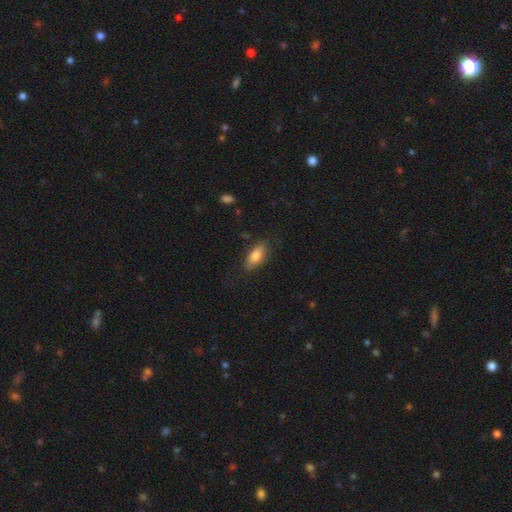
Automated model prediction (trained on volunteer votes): A smooth galaxy with no disk features (75%) that is in between round and cigar-shaped (75%).

Vote fractions:
- Smooth or featured? smooth: 75% / featured or disk: 18% / star or artifact: 7%
- How rounded? in between: 75% / cigar-shaped: 22% / round: 3%
- Merging? none: 81% / minor disturbance: 14% / major disturbance: 3% / merger: 1%